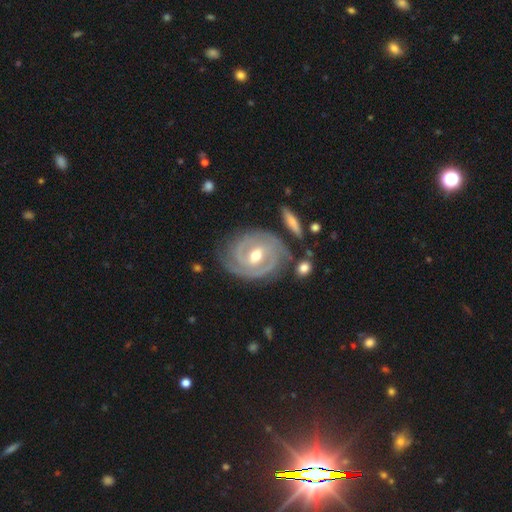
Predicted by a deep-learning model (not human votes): Overall: featured or disk (90%). Edge-on disk: no (96%). Bar: weak (49%; strong 27%). Spiral arms: yes (97%). Spiral arm count: 2 (61%). Spiral winding: tight (73%). Bulge size: moderate (74%). Merging: none (75%).